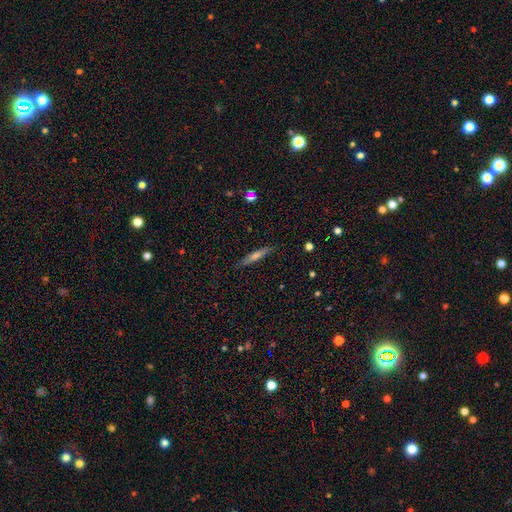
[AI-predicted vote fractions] This appears to be a smooth galaxy with no disk features (46%, tied with featured or disk). Merging: none (86%).